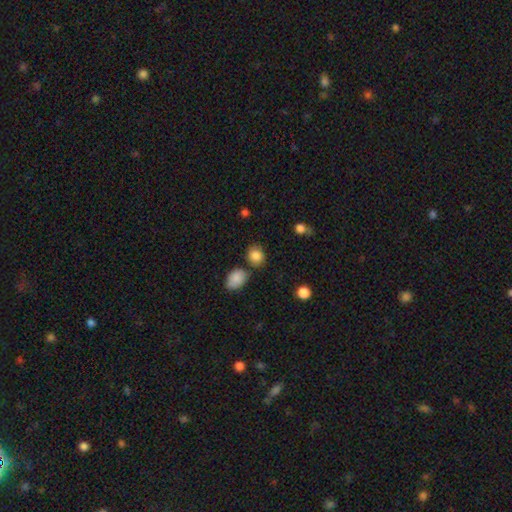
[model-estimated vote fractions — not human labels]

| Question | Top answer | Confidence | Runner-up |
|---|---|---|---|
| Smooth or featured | smooth | 86% | star or artifact (9%) |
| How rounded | round | 64% | in between (35%) |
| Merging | none | 73% | minor disturbance (13%) |